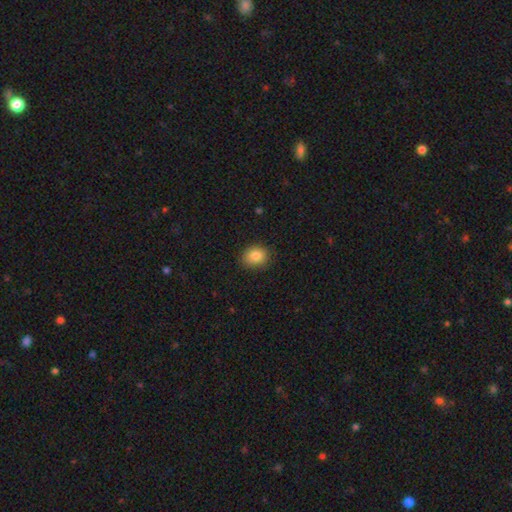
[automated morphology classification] Overall: smooth (85%). How rounded: round (54%; in between 45%). Merging: none (86%).